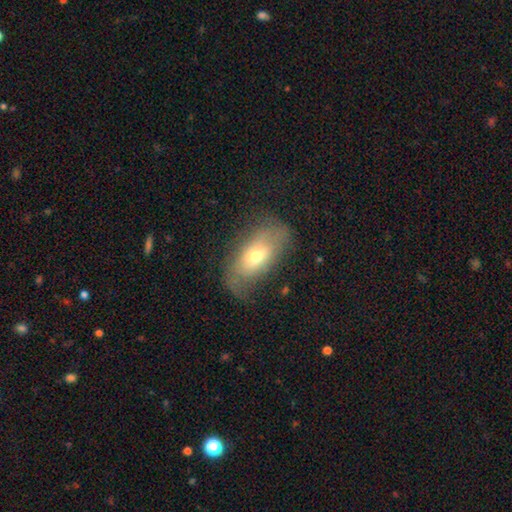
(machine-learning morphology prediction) Overall: smooth (58%; featured or disk 33%). How rounded: in between (87%). Merging: none (56%; minor disturbance 27%).